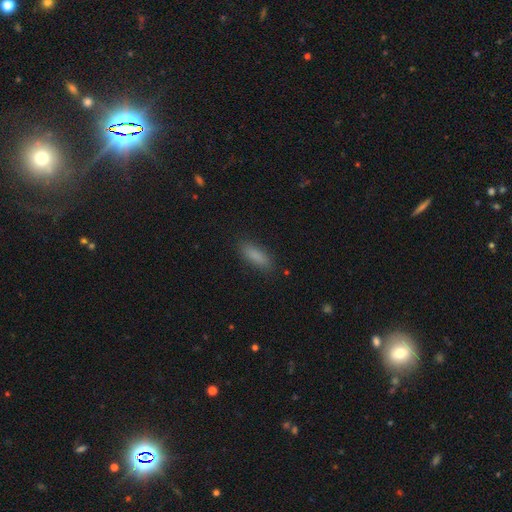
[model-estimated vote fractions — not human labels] Q: Smooth or featured?
A: smooth (86%); runner-up: star or artifact (8%)
Q: How rounded?
A: in between (59%); runner-up: cigar-shaped (38%)
Q: Merging?
A: none (86%); runner-up: minor disturbance (10%)